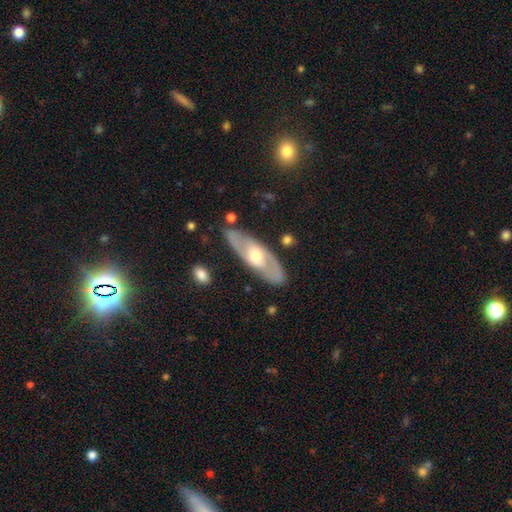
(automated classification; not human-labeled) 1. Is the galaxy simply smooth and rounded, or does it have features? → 65% featured or disk, 30% smooth, 5% star or artifact.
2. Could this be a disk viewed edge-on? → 73% no, 27% yes.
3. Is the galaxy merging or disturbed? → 83% none, 12% minor disturbance, 3% major disturbance, 2% merger.